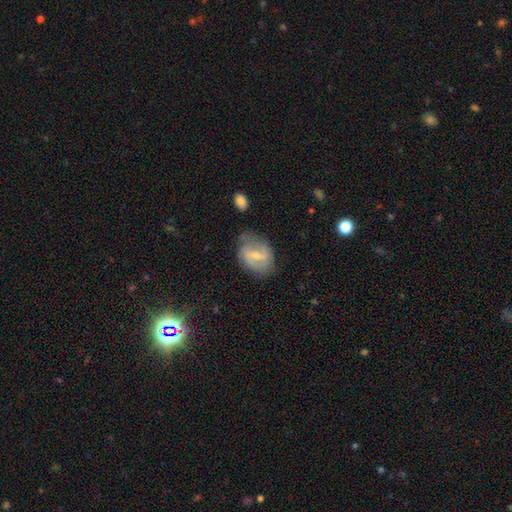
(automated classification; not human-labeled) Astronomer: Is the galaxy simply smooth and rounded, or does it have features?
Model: featured or disk — 69%.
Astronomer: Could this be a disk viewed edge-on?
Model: no — 97%.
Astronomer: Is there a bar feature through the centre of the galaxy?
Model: weak — 52% (runner-up: strong, 33%).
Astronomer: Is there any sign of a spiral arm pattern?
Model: yes — 84%.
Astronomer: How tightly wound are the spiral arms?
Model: medium — 44% (runner-up: loose, 38%).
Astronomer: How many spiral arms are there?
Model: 2 — 82%.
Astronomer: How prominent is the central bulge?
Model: small — 59%.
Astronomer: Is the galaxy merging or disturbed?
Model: none — 63%.